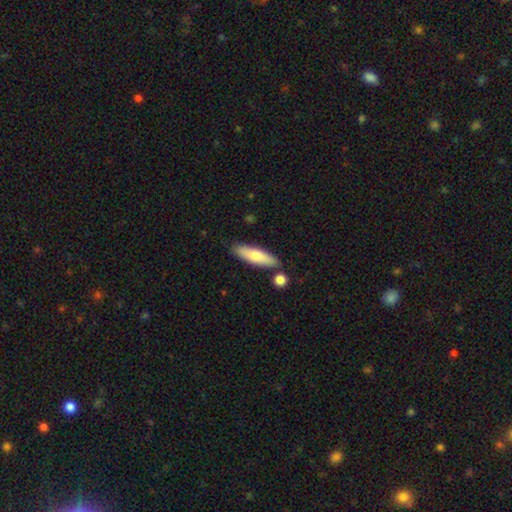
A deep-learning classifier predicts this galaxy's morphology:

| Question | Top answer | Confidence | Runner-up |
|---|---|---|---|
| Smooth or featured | smooth | 72% | featured or disk (23%) |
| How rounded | cigar-shaped | 62% | in between (36%) |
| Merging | none | 81% | minor disturbance (11%) |